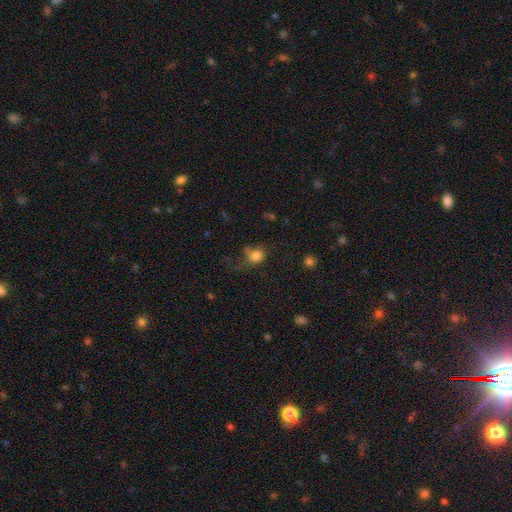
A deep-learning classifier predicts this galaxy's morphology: Smooth or featured? Predicted: smooth (p=0.78). How rounded? Predicted: round (p=0.69). Merging? Predicted: none (p=0.48).